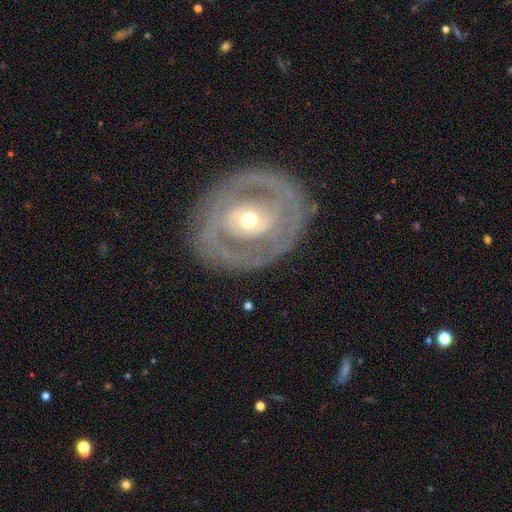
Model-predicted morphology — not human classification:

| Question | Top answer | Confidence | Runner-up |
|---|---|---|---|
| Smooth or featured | featured or disk | 77% | smooth (18%) |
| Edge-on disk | no | 95% | yes (5%) |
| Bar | no | 63% | weak (23%) |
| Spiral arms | no | 50% | tied: yes (50%) |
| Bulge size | moderate | 53% | small (40%) |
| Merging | none | 79% | minor disturbance (13%) |